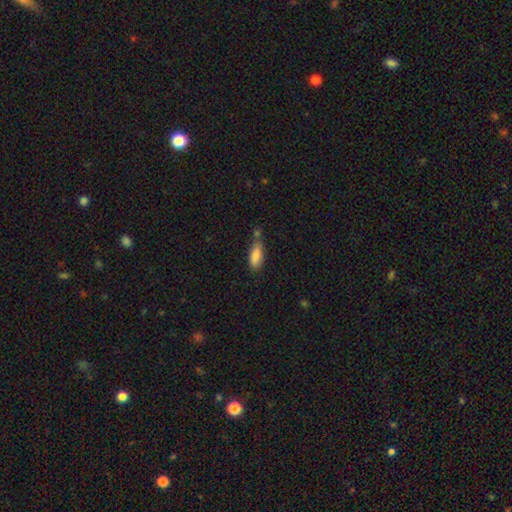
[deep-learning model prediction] Smooth or featured? smooth (84%)
How rounded? in between (65%)
Merging? none (51%)